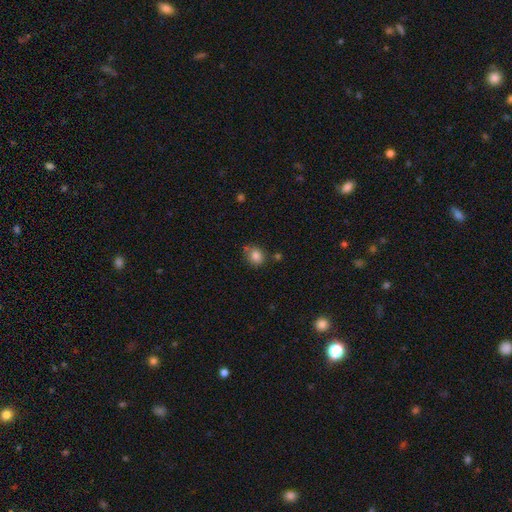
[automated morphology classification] smooth_or_featured: smooth (p=0.83) [alt: star or artifact p=0.10]
how_rounded: round (p=0.61) [alt: in between p=0.38]
merging: none (p=0.67) [alt: minor disturbance p=0.19]